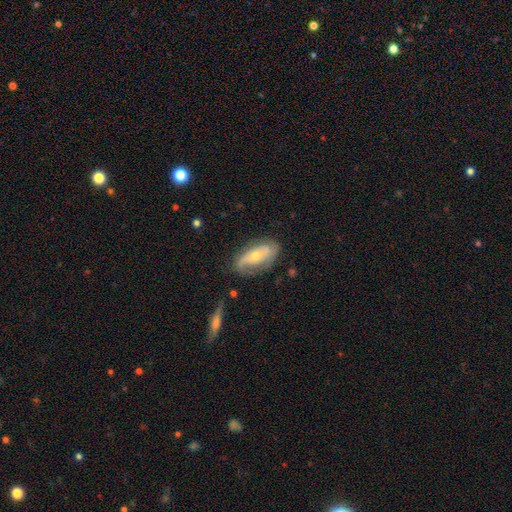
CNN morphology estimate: Smooth or featured: featured or disk — 66% (smooth — 27%)
Edge-on disk: no — 90% (yes — 10%)
Bar: no — 68% (weak — 23%)
Spiral arms: yes — 80% (no — 20%)
Bulge size: small — 53% (moderate — 42%)
Merging: none — 66% (minor disturbance — 23%)